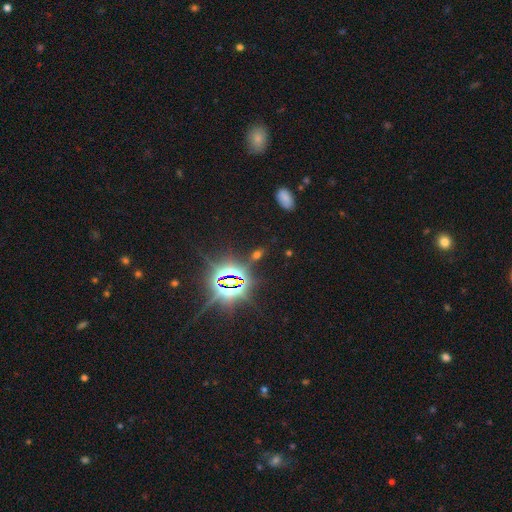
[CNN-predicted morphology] A star or artifact, not a galaxy (75%).

Vote fractions:
- Smooth or featured? star or artifact: 75% / smooth: 14% / featured or disk: 10%